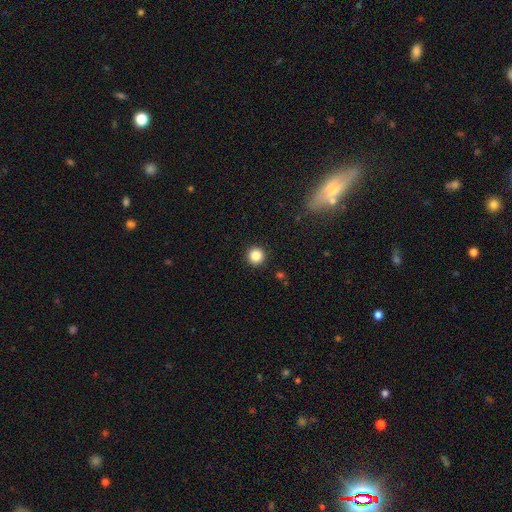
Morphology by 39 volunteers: A smooth galaxy with no disk features (87%) that is round (94%).

Vote fractions:
- Smooth or featured? smooth: 87% / star or artifact: 8% / featured or disk: 5%
- How rounded? round: 94% / in between: 3% / cigar-shaped: 3%
- Merging? none: 92% / major disturbance: 6% / minor disturbance: 3% / merger: 0%